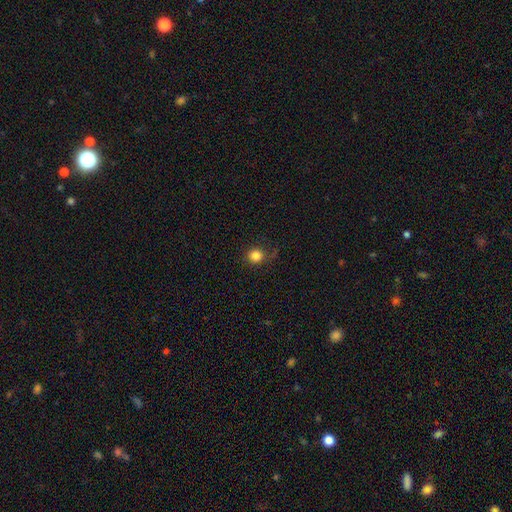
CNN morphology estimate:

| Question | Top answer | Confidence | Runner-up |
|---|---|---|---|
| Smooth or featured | smooth | 83% | star or artifact (12%) |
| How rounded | round | 90% | in between (9%) |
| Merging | none | 81% | minor disturbance (13%) |